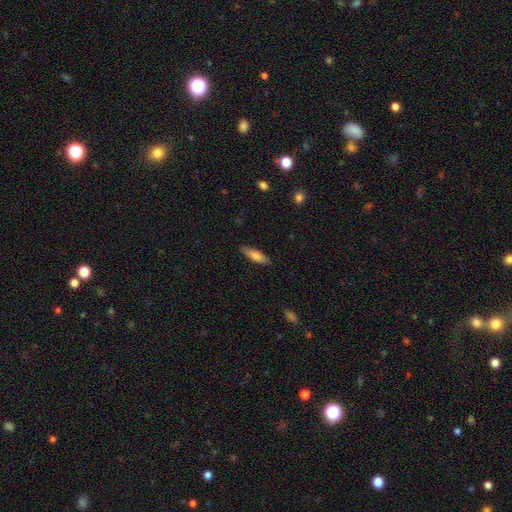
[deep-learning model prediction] Smooth or featured? smooth (79%)
How rounded? cigar-shaped (52%)
Merging? none (86%)